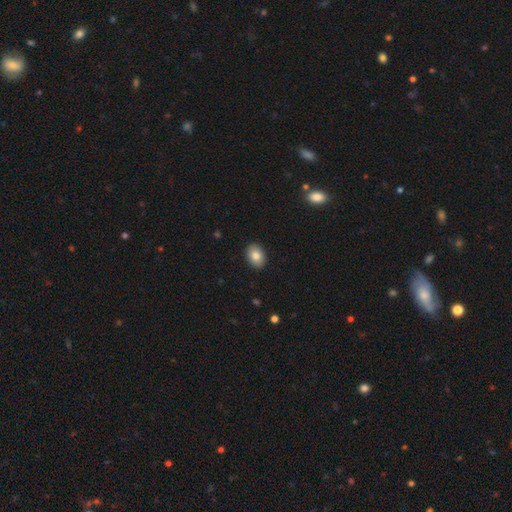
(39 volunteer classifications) Morphology: type=smooth (90%); roundness=in between (71%); merging=none (94%).